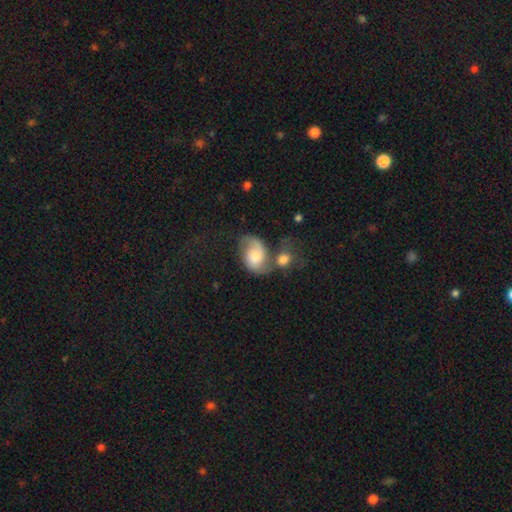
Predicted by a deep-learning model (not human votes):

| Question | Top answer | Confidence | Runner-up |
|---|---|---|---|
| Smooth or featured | featured or disk | 49% | smooth (43%) |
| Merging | merger | 40% | none (28%) |